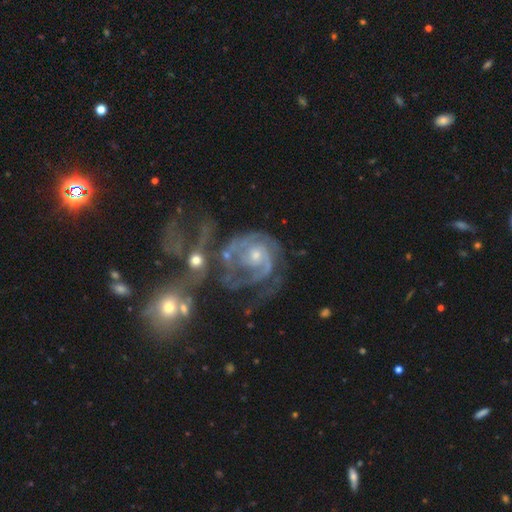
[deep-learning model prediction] A featured or disk galaxy (86%) with no bar (73%), 2 (35%) tight (55%) spiral arms (93%) and a small central bulge (59%).

Vote fractions:
- Smooth or featured? featured or disk: 86% / smooth: 7% / star or artifact: 7%
- Edge-on disk? no: 98% / yes: 2%
- Bar? no: 73% / weak: 22% / strong: 6%
- Spiral arms? yes: 93% / no: 7%
- Spiral winding? tight: 55% / medium: 34% / loose: 11%
- Spiral arm count? 2: 35% / can't tell: 25% / 3: 18% / 1: 12% / 4: 5% / more than 4: 5%
- Bulge size? small: 59% / moderate: 34% / none: 4% / large: 2% / dominant: 1%
- Merging? merger: 33% / none: 27% / major disturbance: 26% / minor disturbance: 14%